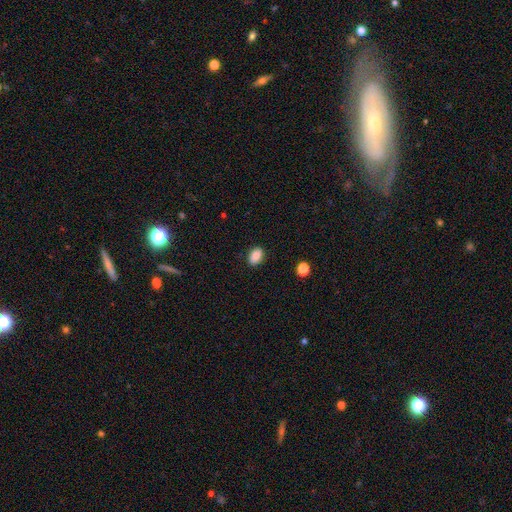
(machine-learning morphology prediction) A smooth galaxy with no disk features (88%) that is in between round and cigar-shaped (82%). Merging: none (85%).